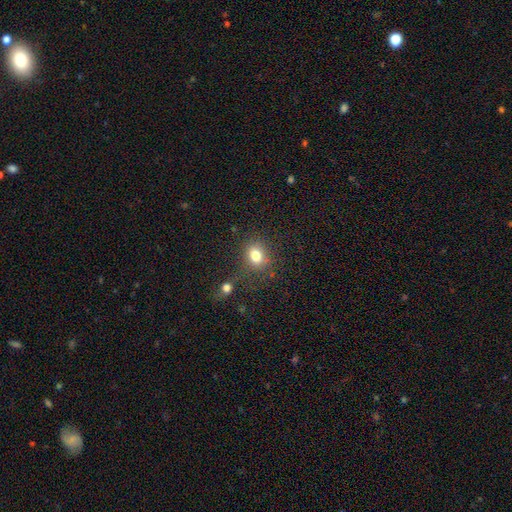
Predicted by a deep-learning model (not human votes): Smooth or featured? smooth (80%)
How rounded? round (58%)
Merging? none (70%)